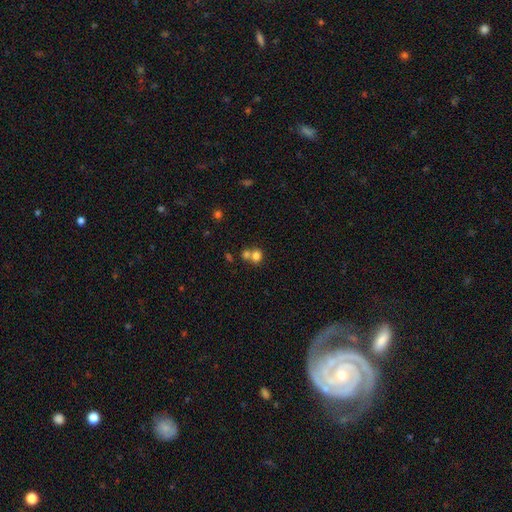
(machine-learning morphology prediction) Q: Smooth or featured?
A: smooth (78%); runner-up: star or artifact (12%)
Q: How rounded?
A: round (69%); runner-up: in between (30%)
Q: Merging?
A: merger (48%); runner-up: none (41%)